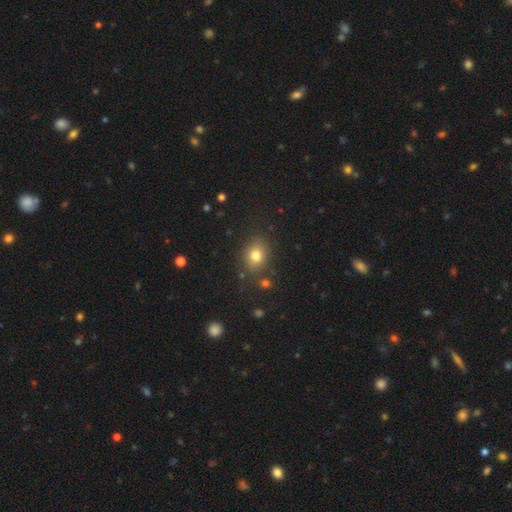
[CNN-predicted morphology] A smooth galaxy with no disk features (78%) that is round (52%).

Vote fractions:
- Smooth or featured? smooth: 78% / star or artifact: 13% / featured or disk: 9%
- How rounded? round: 52% / in between: 47% / cigar-shaped: 1%
- Merging? none: 82% / minor disturbance: 11% / major disturbance: 4% / merger: 3%